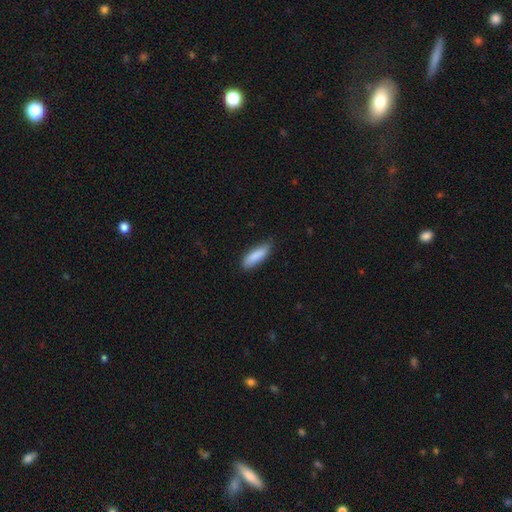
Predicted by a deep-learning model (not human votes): A smooth galaxy with no disk features (87%) that is in between round and cigar-shaped (52%). Merging: none (79%).